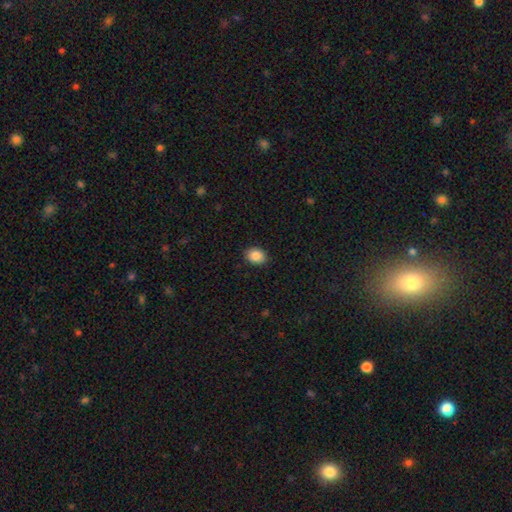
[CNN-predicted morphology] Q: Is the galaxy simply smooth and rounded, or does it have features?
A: smooth — 88%.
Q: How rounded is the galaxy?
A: in between — 62%.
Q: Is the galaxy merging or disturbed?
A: none — 89%.